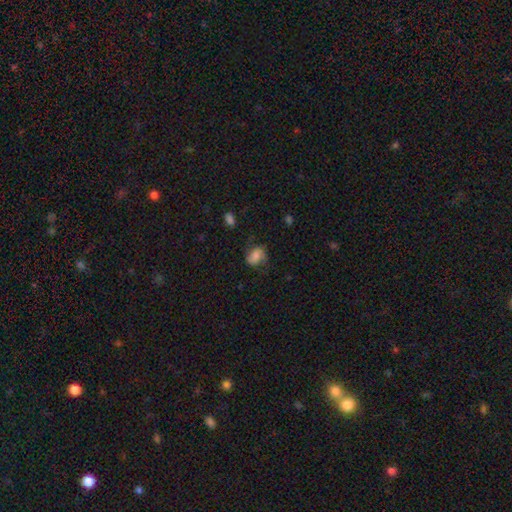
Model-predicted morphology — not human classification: The model was most divided on "smooth or featured": smooth: 53%, featured or disk: 37%, star or artifact: 9%. More confident: how rounded — in between (65%); merging — none (59%).